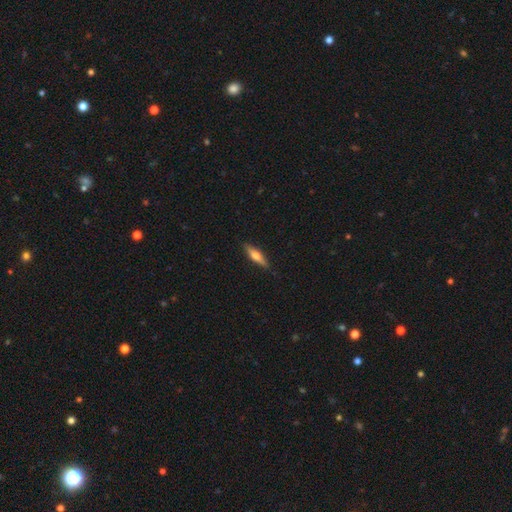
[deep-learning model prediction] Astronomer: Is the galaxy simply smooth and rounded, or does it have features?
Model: smooth — 58% (runner-up: featured or disk, 36%).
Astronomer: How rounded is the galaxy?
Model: cigar-shaped — 66%.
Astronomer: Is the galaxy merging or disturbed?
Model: none — 88%.